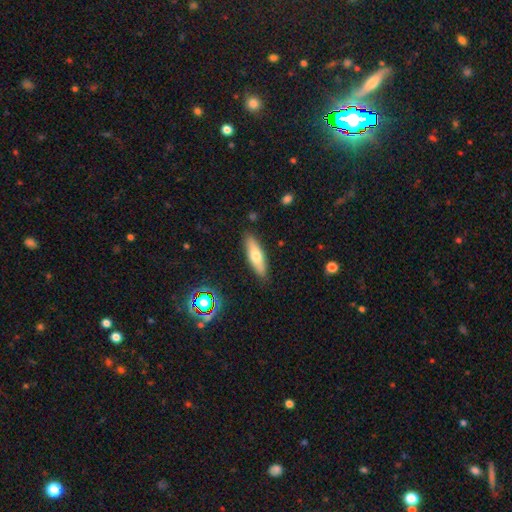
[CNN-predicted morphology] Smooth or featured? Predicted: smooth (p=0.61). How rounded? Predicted: cigar-shaped (p=0.57). Merging? Predicted: none (p=0.87).